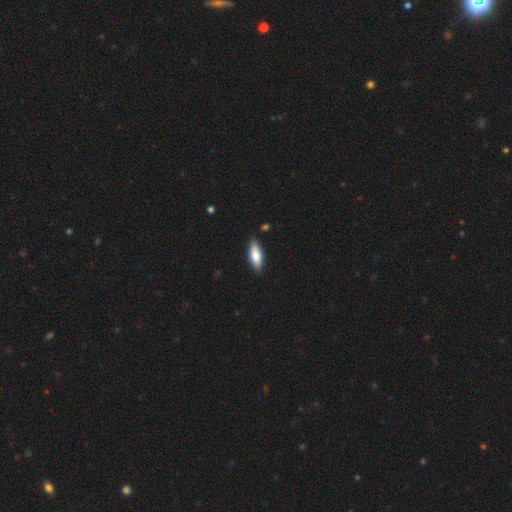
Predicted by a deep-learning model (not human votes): A smooth galaxy with no disk features (74%) that is in between round and cigar-shaped (67%).

Vote fractions:
- Smooth or featured? smooth: 74% / featured or disk: 20% / star or artifact: 6%
- How rounded? in between: 67% / cigar-shaped: 31% / round: 2%
- Merging? none: 87% / minor disturbance: 10% / major disturbance: 2% / merger: 1%